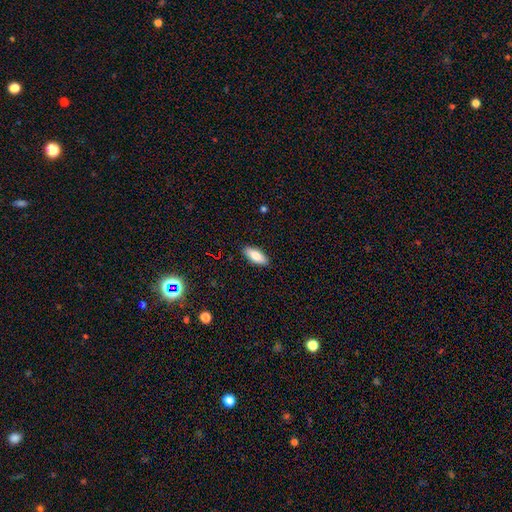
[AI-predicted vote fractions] This appears to be a smooth galaxy with no disk features (81%) that is in between round and cigar-shaped (80%). Merging: none (89%).